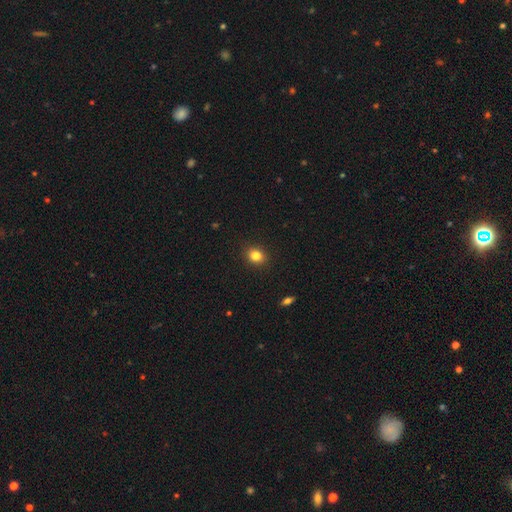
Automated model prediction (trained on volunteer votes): Smooth or featured?
  - smooth: 83% *
  - star or artifact: 11%
  - featured or disk: 6%
How rounded?
  - round: 65% *
  - in between: 34%
  - cigar-shaped: 1%
Merging?
  - none: 91% *
  - minor disturbance: 7%
  - major disturbance: 2%
  - merger: 1%